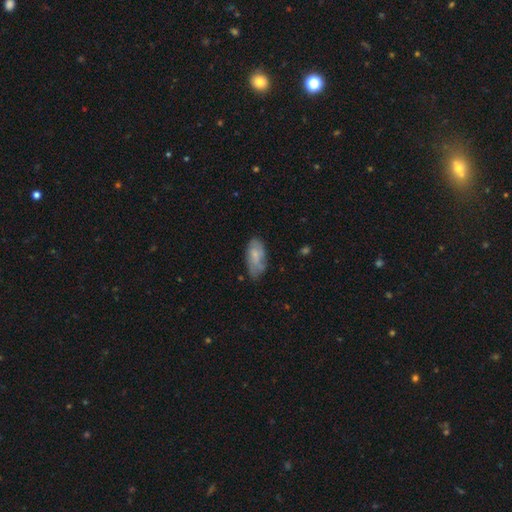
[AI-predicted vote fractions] smooth 69%, featured or disk 25%, star or artifact 7%. Down the decision tree: how rounded — in between (89%); merging — none (54%).